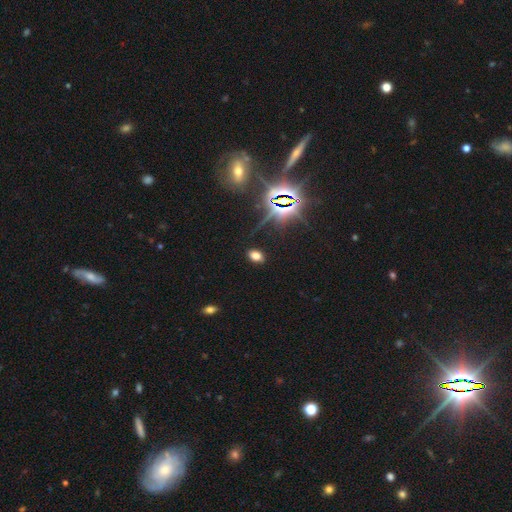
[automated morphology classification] smooth_or_featured: smooth (p=0.66) [alt: star or artifact p=0.26]
how_rounded: in between (p=0.86) [alt: round p=0.12]
merging: none (p=0.86) [alt: minor disturbance p=0.09]